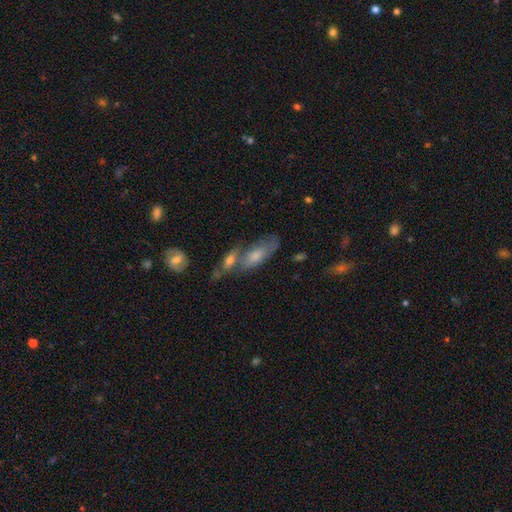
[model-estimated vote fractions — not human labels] smooth 64%, featured or disk 28%, star or artifact 8%. Down the decision tree: how rounded — in between (76%); merging — merger (46%).